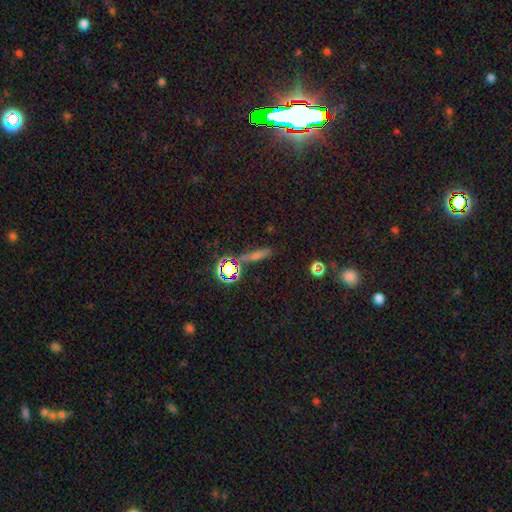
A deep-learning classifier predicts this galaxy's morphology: Q: Smooth or featured?
A: smooth (43%); runner-up: star or artifact (37%)
Q: Merging?
A: none (79%); runner-up: minor disturbance (11%)